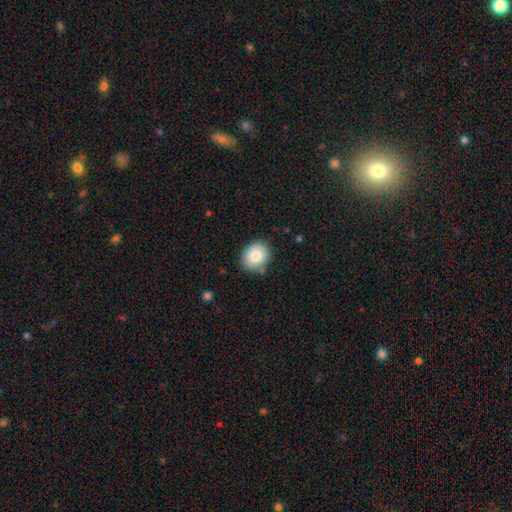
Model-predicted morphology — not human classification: A smooth galaxy with no disk features (85%) that is round (53%).

Vote fractions:
- Smooth or featured? smooth: 85% / star or artifact: 8% / featured or disk: 7%
- How rounded? round: 53% / in between: 46% / cigar-shaped: 1%
- Merging? none: 83% / minor disturbance: 12% / major disturbance: 3% / merger: 2%